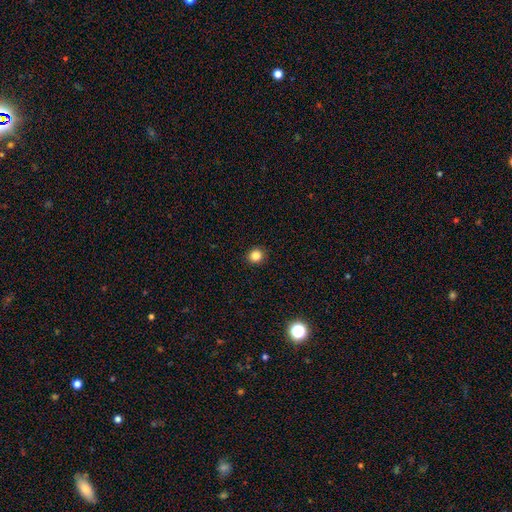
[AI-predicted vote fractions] This is clearly a smooth galaxy (84%). How rounded: clearly round (88%). Merging: clearly none (92%).